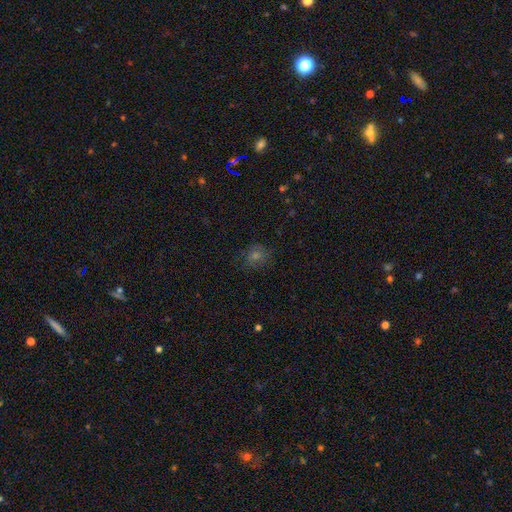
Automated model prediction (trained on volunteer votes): Smooth or featured? Predicted: smooth (p=0.52). How rounded? Predicted: round (p=0.79). Merging? Predicted: none (p=0.80).